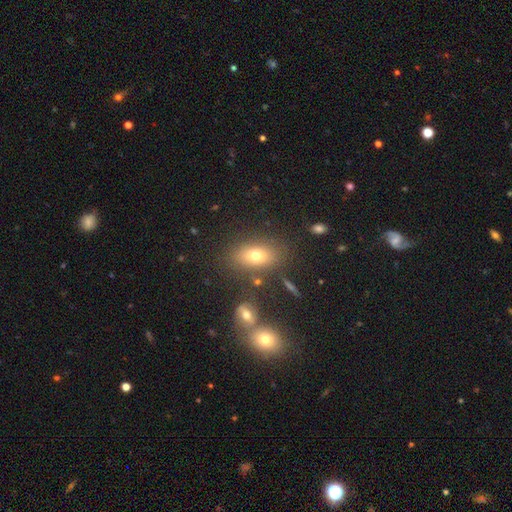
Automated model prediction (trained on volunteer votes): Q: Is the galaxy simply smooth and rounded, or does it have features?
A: smooth — 70%.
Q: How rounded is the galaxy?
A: in between — 81%.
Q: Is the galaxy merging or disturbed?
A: none — 77%.